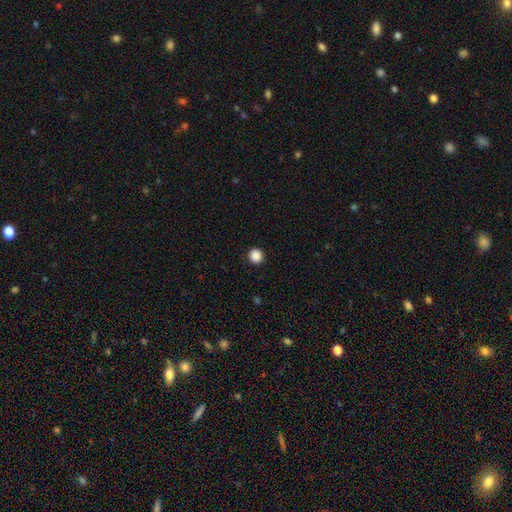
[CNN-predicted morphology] type=smooth (88%); roundness=round (95%); merging=none (93%).